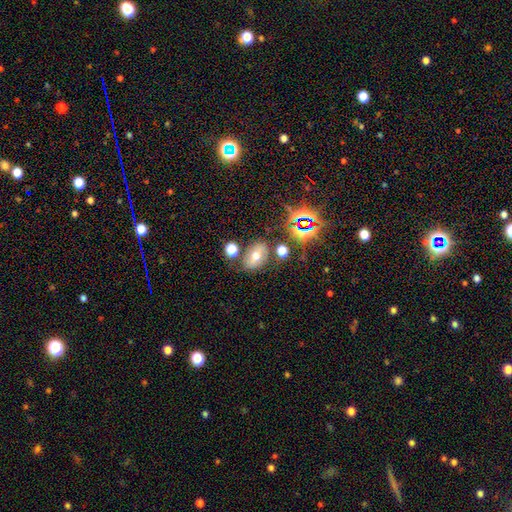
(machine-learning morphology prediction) smooth-or-featured: smooth: 53% | featured or disk: 25% | star or artifact: 22%
  how-rounded: in between: 79% | round: 19% | cigar-shaped: 2%
  merging: none: 71% | minor disturbance: 14% | merger: 9% | major disturbance: 5%